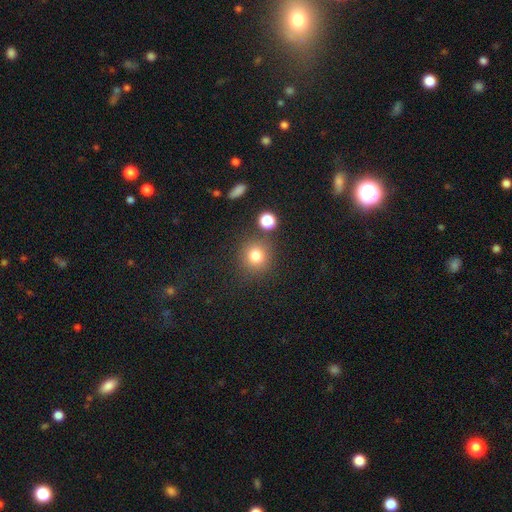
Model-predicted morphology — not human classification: Smooth or featured?
  - smooth: 79% *
  - star or artifact: 14%
  - featured or disk: 7%
How rounded?
  - round: 90% *
  - in between: 9%
  - cigar-shaped: 1%
Merging?
  - none: 80% *
  - minor disturbance: 9%
  - merger: 7%
  - major disturbance: 4%